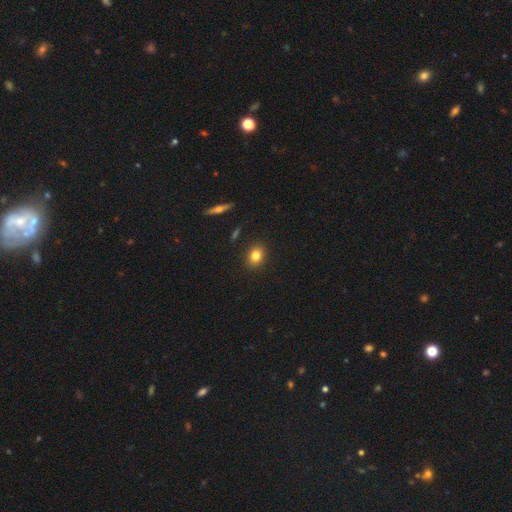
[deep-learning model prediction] smooth_or_featured: smooth (p=0.81) [alt: star or artifact p=0.10]
how_rounded: in between (p=0.52) [alt: round p=0.46]
merging: none (p=0.89) [alt: minor disturbance p=0.07]